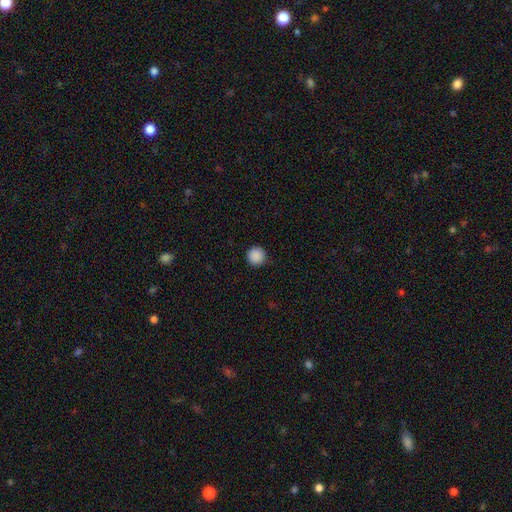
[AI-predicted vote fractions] Smooth or featured: smooth — 89% (star or artifact — 9%)
How rounded: round — 96% (in between — 3%)
Merging: none — 90% (minor disturbance — 7%)